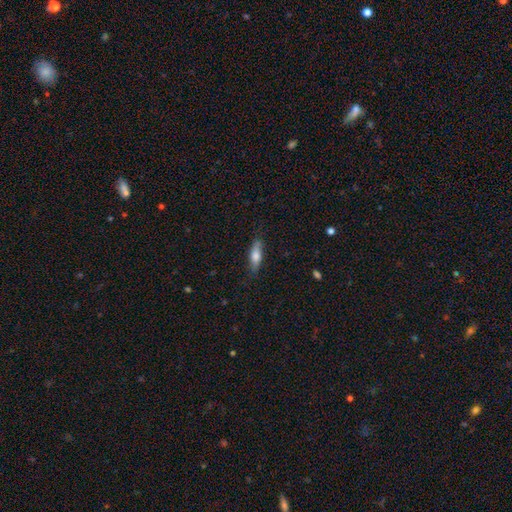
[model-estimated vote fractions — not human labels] Smooth or featured?
  - smooth: 70% *
  - featured or disk: 24%
  - star or artifact: 6%
How rounded?
  - cigar-shaped: 51% *
  - in between: 46%
  - round: 2%
Merging?
  - none: 79% *
  - minor disturbance: 16%
  - major disturbance: 3%
  - merger: 1%